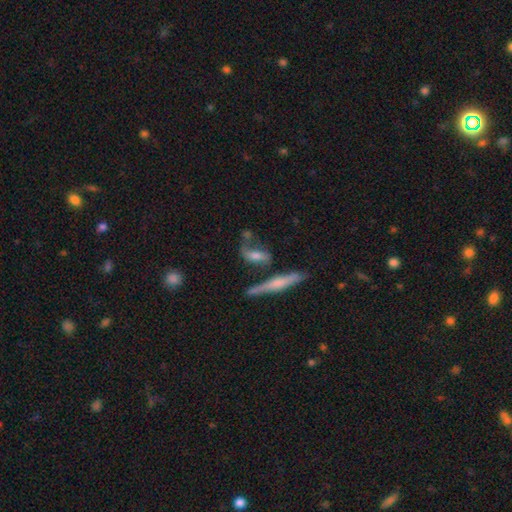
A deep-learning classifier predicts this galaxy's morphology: smooth_or_featured: featured or disk (p=0.54) [alt: smooth p=0.36]
disk_edge_on: no (p=0.58) [alt: yes p=0.42]
merging: none (p=0.49) [alt: minor disturbance p=0.20]